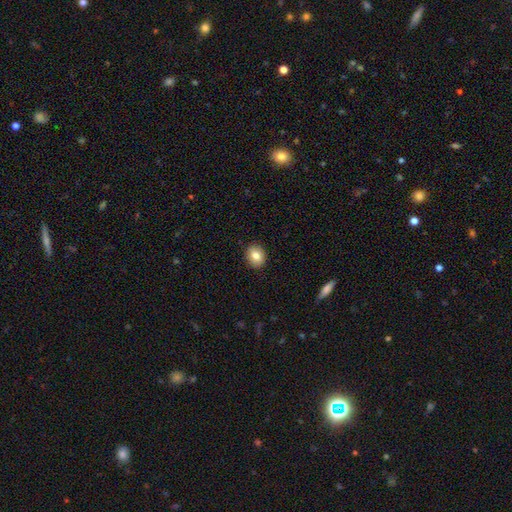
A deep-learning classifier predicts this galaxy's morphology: Smooth or featured? Predicted: smooth (p=0.81). How rounded? Predicted: round (p=0.60). Merging? Predicted: none (p=0.90).